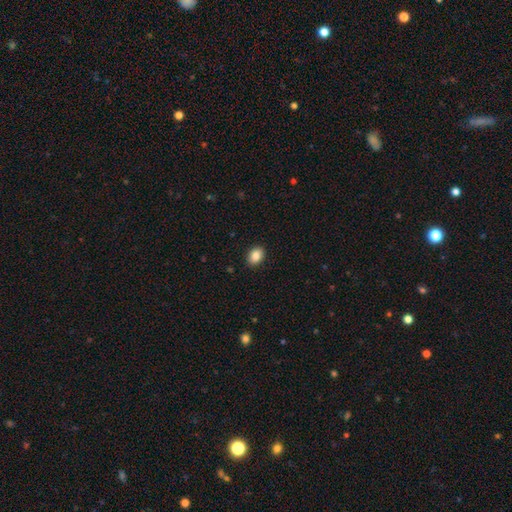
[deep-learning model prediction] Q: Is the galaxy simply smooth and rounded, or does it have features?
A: smooth — 86%.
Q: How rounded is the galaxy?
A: in between — 72%.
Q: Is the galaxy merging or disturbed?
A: none — 91%.